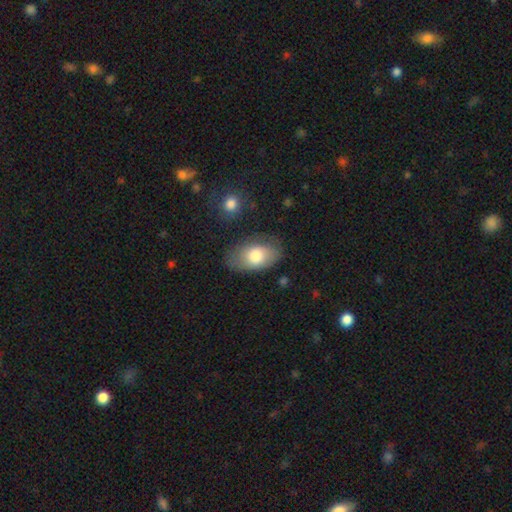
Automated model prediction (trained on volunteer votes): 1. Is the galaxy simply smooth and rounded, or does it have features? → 75% smooth, 19% featured or disk, 6% star or artifact.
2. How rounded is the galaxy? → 92% in between, 7% round, 2% cigar-shaped.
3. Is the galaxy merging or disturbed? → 71% none, 20% minor disturbance, 7% major disturbance, 2% merger.